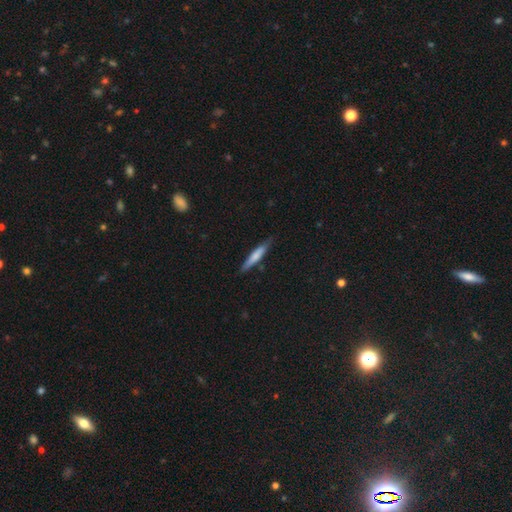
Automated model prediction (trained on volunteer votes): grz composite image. It shows a smooth galaxy with no disk features (66%) that is cigar-shaped (91%). Merging: none (81%).